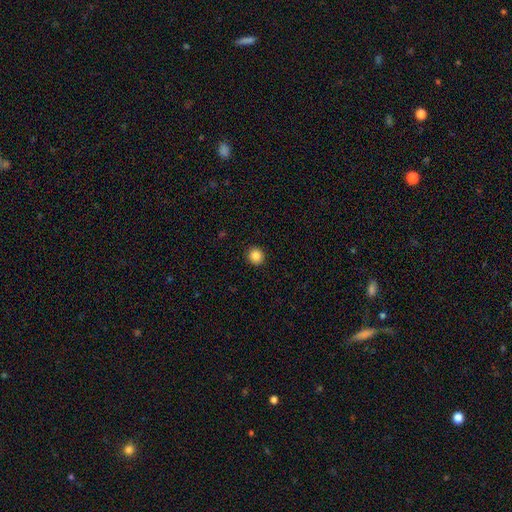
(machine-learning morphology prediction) Q: Smooth or featured?
A: smooth (85%); runner-up: star or artifact (10%)
Q: How rounded?
A: round (91%); runner-up: in between (9%)
Q: Merging?
A: none (92%); runner-up: minor disturbance (5%)